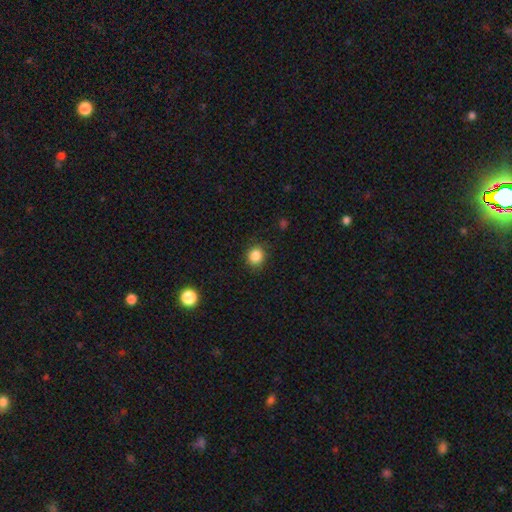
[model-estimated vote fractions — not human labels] A smooth galaxy with no disk features (86%) that is round (81%). Merging: none (87%).